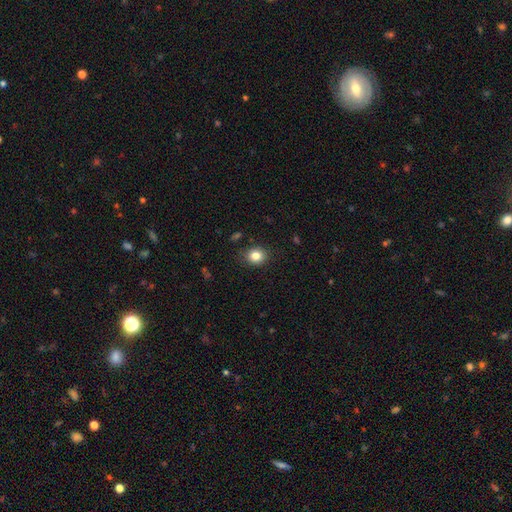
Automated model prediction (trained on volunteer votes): Smooth or featured? smooth (82%)
How rounded? round (68%)
Merging? none (86%)